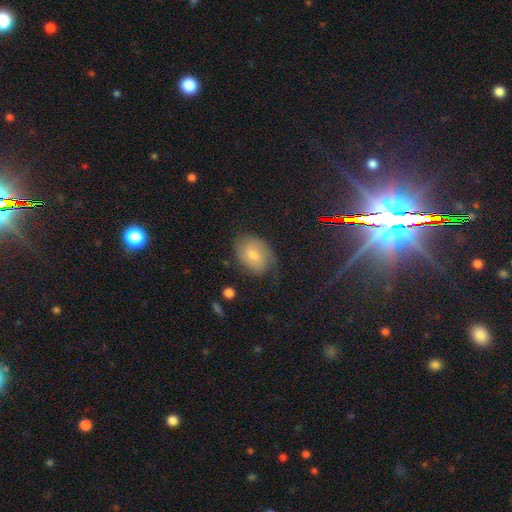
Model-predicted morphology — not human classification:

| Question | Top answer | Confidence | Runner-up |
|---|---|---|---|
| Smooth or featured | smooth | 46% | featured or disk (34%) |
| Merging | none | 80% | minor disturbance (14%) |